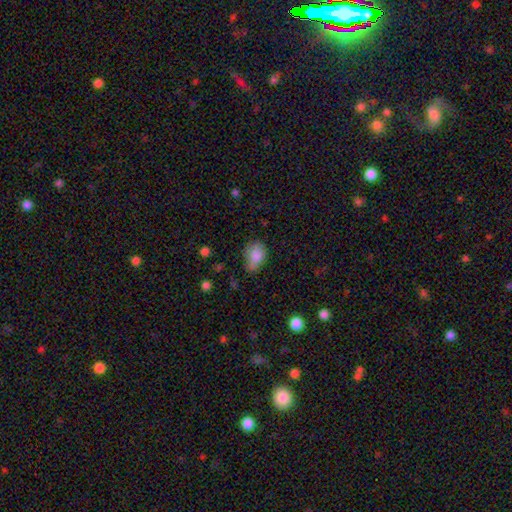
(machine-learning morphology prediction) type=smooth (81%); roundness=in between (76%); merging=none (48%).